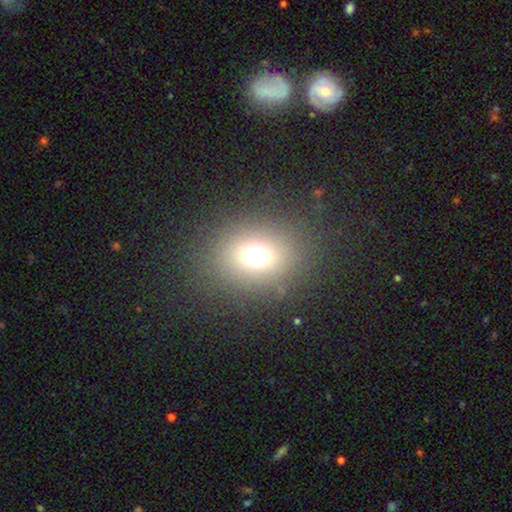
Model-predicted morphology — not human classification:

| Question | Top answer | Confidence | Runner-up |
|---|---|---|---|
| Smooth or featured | smooth | 67% | star or artifact (22%) |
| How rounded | round | 57% | in between (41%) |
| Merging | none | 83% | minor disturbance (9%) |